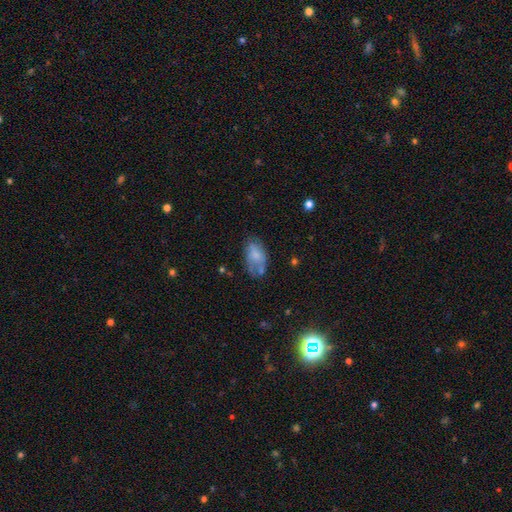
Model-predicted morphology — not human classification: Smooth or featured? smooth (62%)
How rounded? in between (92%)
Merging? none (47%)